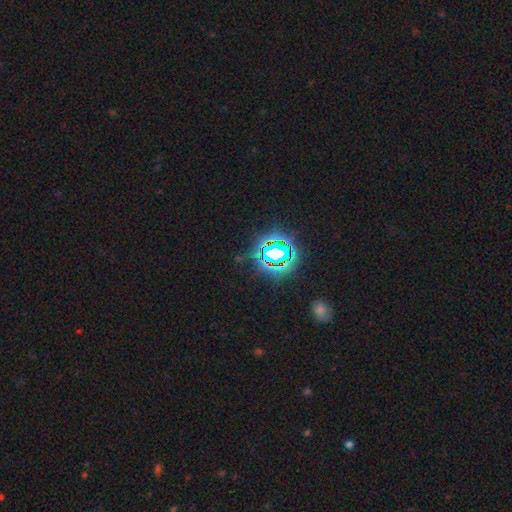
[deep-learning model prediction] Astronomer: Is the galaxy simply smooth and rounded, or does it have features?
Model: star or artifact — 77%.